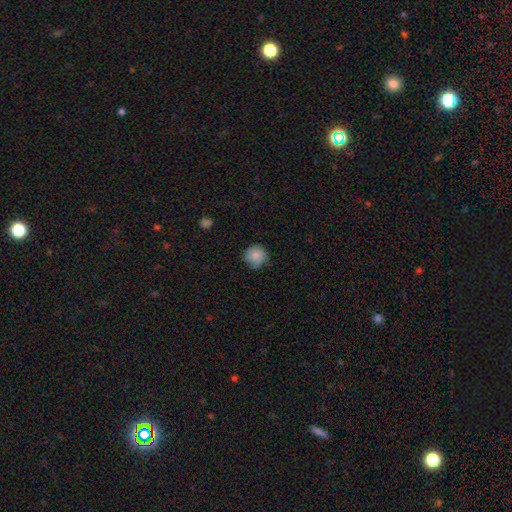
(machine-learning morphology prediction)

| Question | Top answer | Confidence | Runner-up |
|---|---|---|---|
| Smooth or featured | smooth | 86% | star or artifact (8%) |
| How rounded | round | 92% | in between (7%) |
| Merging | none | 70% | minor disturbance (24%) |